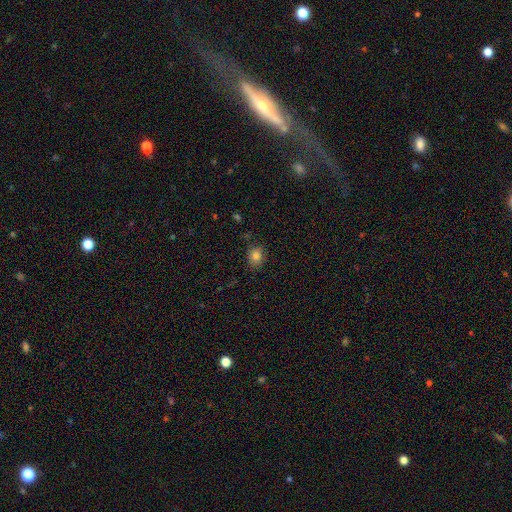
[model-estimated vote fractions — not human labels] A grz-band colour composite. It shows a smooth galaxy with no disk features (82%) that is round (55%). Merging: none (82%).